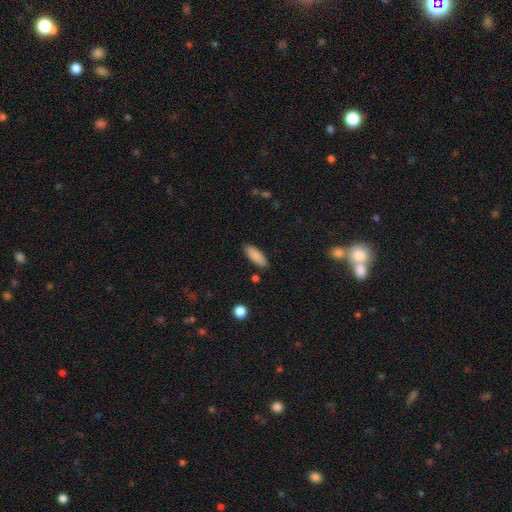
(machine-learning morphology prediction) Smooth or featured: smooth — 88% (star or artifact — 6%)
How rounded: in between — 68% (cigar-shaped — 30%)
Merging: none — 85% (minor disturbance — 11%)